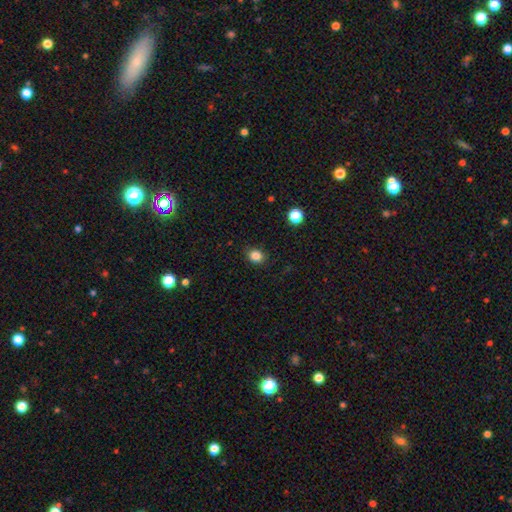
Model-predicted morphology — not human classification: smooth-or-featured: smooth: 84% | star or artifact: 11% | featured or disk: 5%
  how-rounded: round: 62% | in between: 37% | cigar-shaped: 1%
  merging: none: 87% | minor disturbance: 9% | major disturbance: 3% | merger: 1%